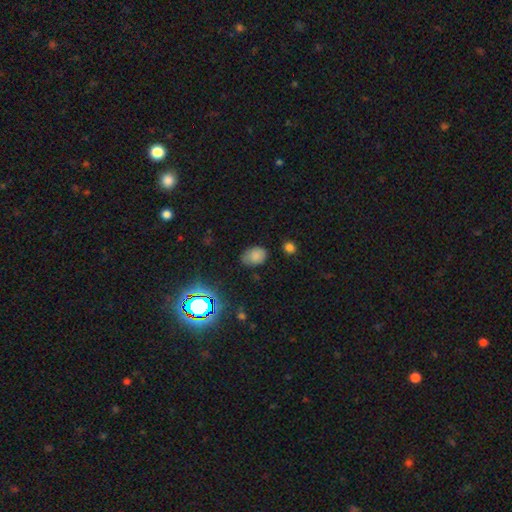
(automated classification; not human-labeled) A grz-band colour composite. It shows a smooth galaxy with no disk features (78%) that is in between round and cigar-shaped (77%). Merging: none (69%).